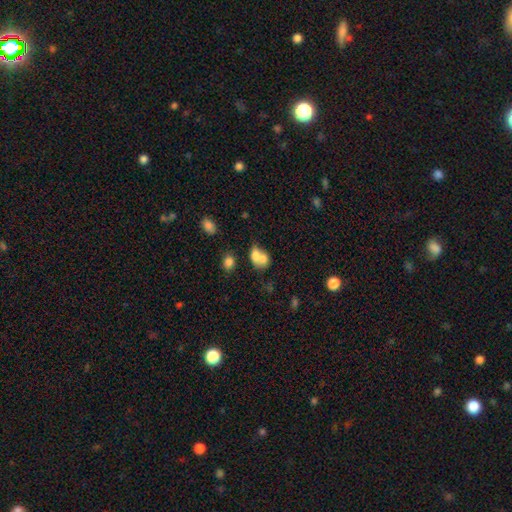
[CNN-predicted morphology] Smooth or featured: smooth — 70% (featured or disk — 21%)
How rounded: in between — 63% (round — 35%)
Merging: merger — 69% (none — 19%)